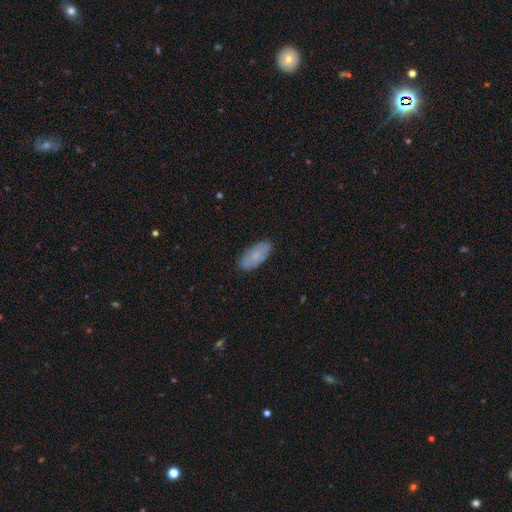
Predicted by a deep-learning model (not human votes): Q: Smooth or featured?
A: smooth (65%); runner-up: featured or disk (28%)
Q: How rounded?
A: in between (90%); runner-up: cigar-shaped (8%)
Q: Merging?
A: none (85%); runner-up: minor disturbance (12%)